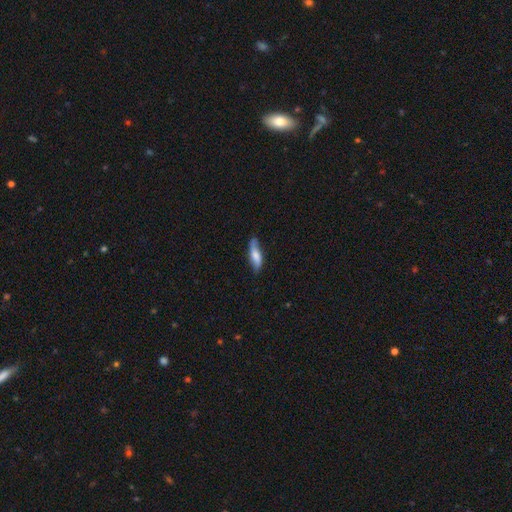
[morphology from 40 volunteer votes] Smooth or featured? 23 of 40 (57%) said smooth. How rounded? 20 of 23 (87%) said cigar-shaped. Merging? 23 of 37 (62%) said none.